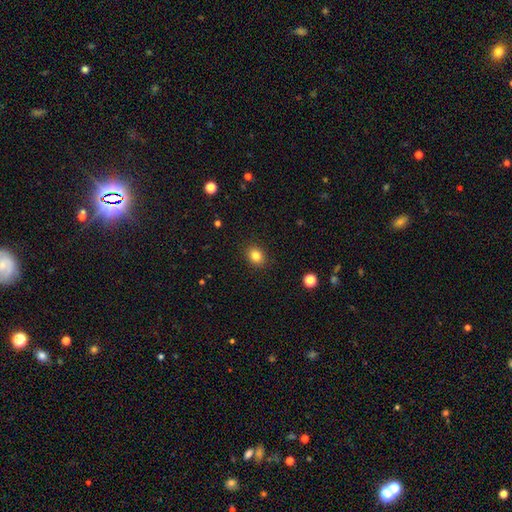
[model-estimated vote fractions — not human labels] Morphology: type=smooth (83%); roundness=round (56%); merging=none (90%).